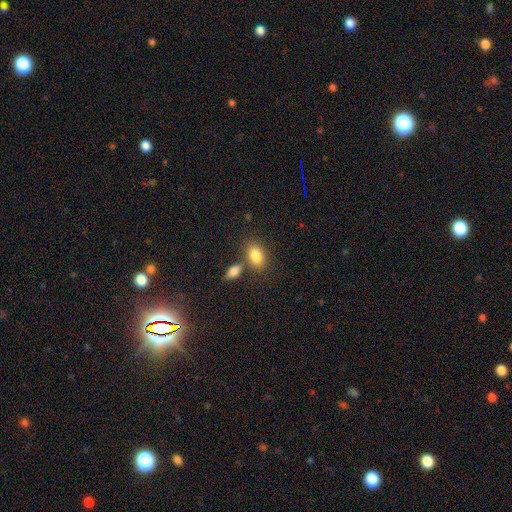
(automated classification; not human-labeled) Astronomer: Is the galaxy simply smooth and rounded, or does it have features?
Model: smooth — 84%.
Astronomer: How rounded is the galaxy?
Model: in between — 86%.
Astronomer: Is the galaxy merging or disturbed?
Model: none — 61%.